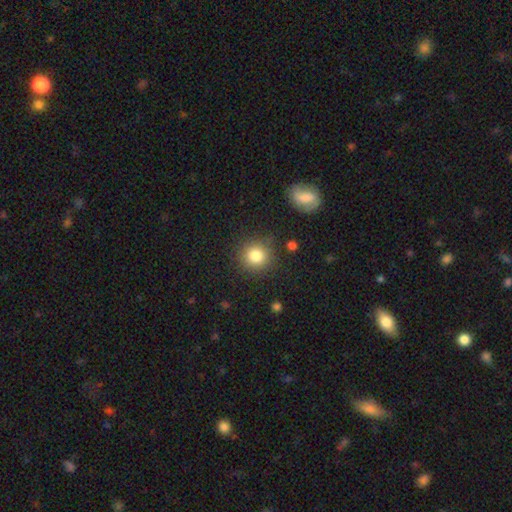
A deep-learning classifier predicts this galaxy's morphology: This appears to be a smooth galaxy with no disk features (82%) that is round (91%). Merging: none (86%).